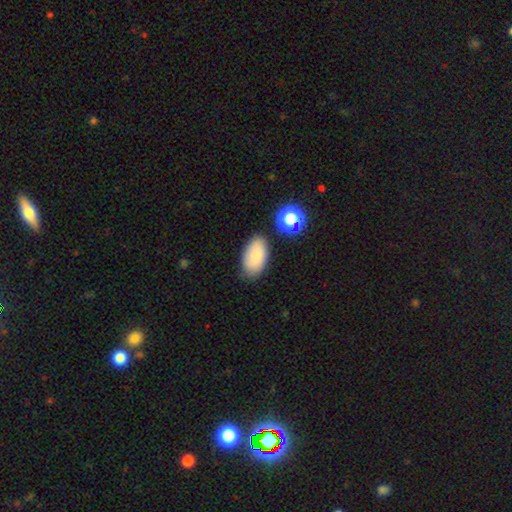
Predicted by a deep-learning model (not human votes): Smooth or featured? smooth (80%)
How rounded? in between (93%)
Merging? none (74%)